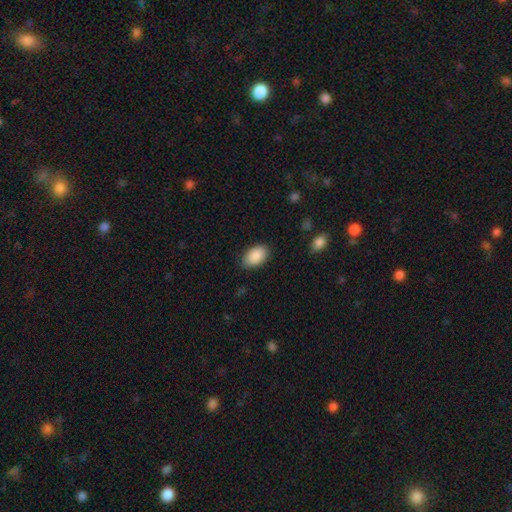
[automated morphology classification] This is clearly a smooth galaxy (89%). How rounded: clearly in between (93%). Merging: clearly none (83%).